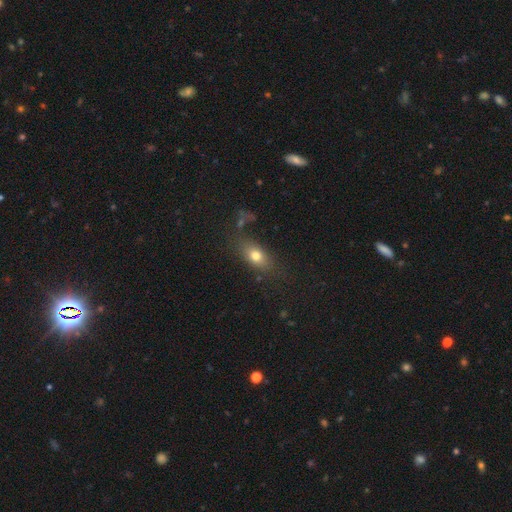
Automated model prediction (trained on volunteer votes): Overall: smooth (73%). How rounded: in between (74%). Merging: none (70%).